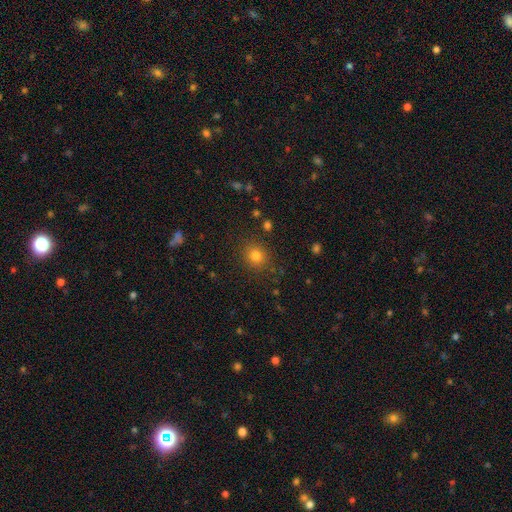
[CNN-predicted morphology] A smooth galaxy with no disk features (79%) that is round (84%).

Vote fractions:
- Smooth or featured? smooth: 79% / star or artifact: 14% / featured or disk: 6%
- How rounded? round: 84% / in between: 15% / cigar-shaped: 1%
- Merging? none: 87% / minor disturbance: 8% / major disturbance: 3% / merger: 2%